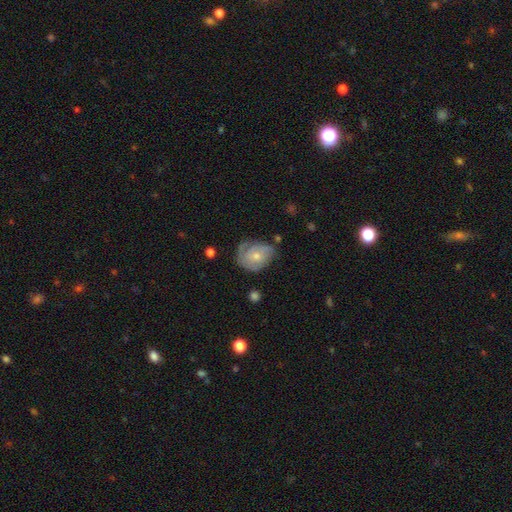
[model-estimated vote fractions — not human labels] A featured or disk galaxy (60%) with no bar (78%), spiral arms (82%) and a small central bulge (53%). Merging: none (51%).